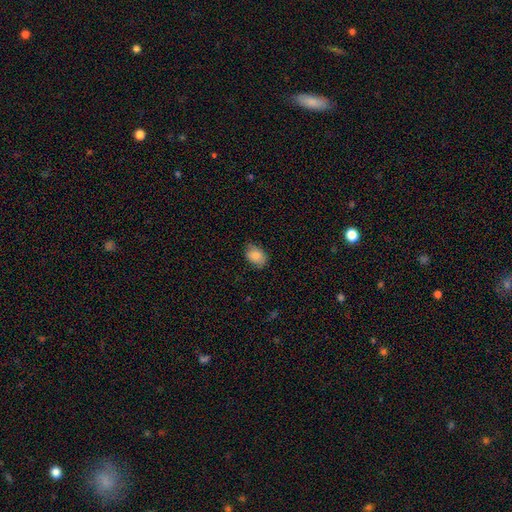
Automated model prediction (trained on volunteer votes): A smooth galaxy with no disk features (85%) that is in between round and cigar-shaped (78%). Merging: none (75%).